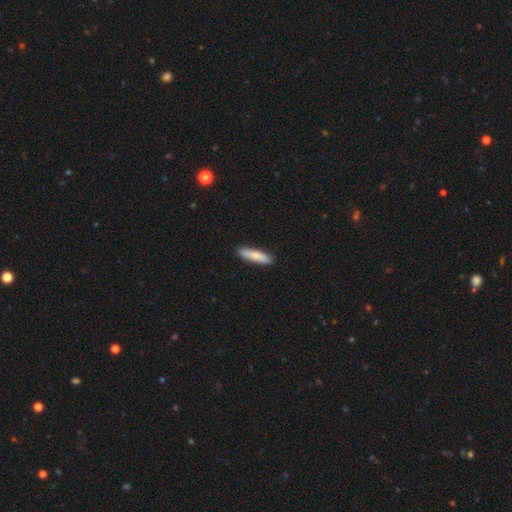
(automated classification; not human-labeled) This appears to be a smooth galaxy with no disk features (81%) that is cigar-shaped (81%). Merging: none (90%).